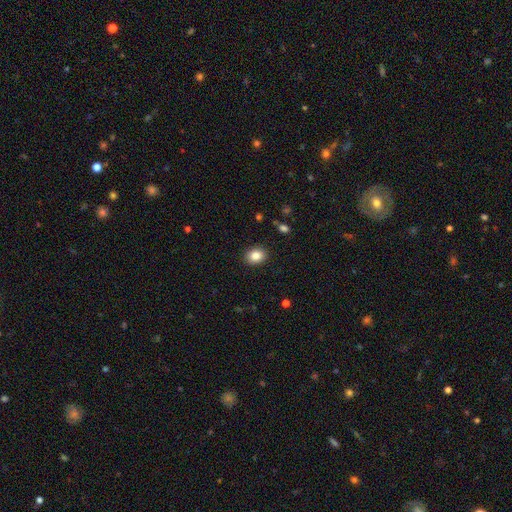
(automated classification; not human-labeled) Smooth or featured: smooth — 85% (star or artifact — 9%)
How rounded: in between — 52% (round — 47%)
Merging: none — 90% (minor disturbance — 7%)